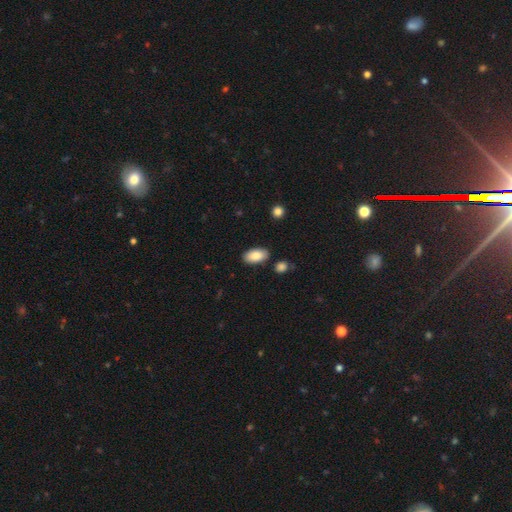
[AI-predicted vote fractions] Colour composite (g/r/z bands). It shows a smooth galaxy with no disk features (87%) that is in between round and cigar-shaped (95%). Merging: none (85%).